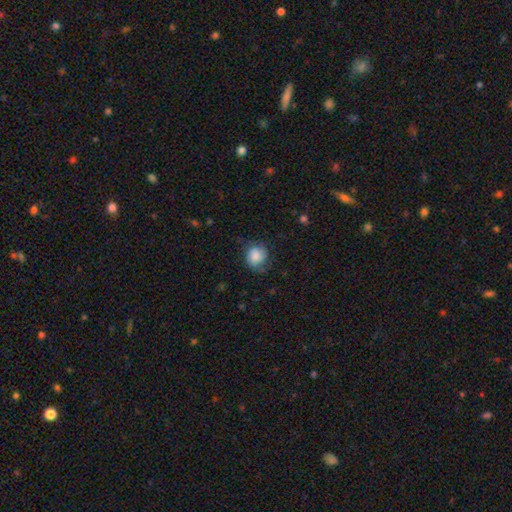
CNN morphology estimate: type=smooth (75%); roundness=round (78%); merging=none (61%).